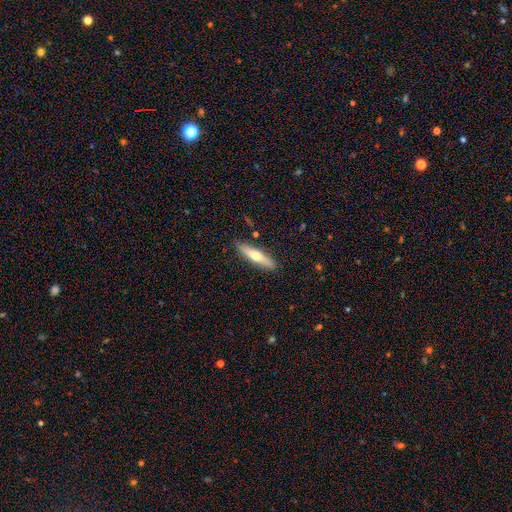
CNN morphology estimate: This is possibly a smooth galaxy (53%). How rounded: clearly cigar-shaped (80%). Merging: clearly none (85%).